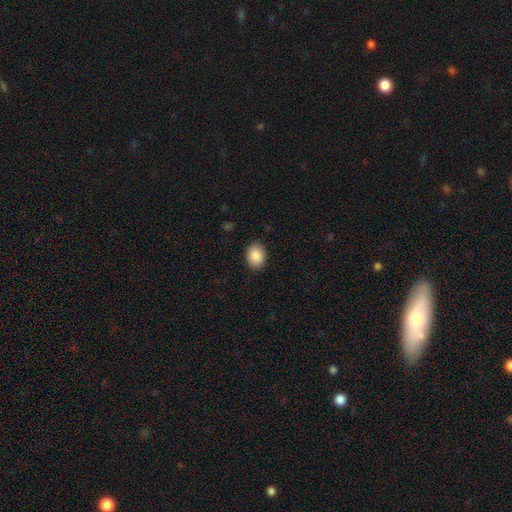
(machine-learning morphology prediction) type=smooth (88%); roundness=in between (73%); merging=none (88%).